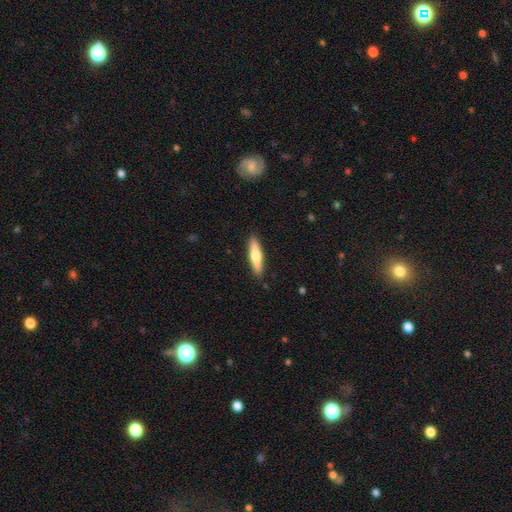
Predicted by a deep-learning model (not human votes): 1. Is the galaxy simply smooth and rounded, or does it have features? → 57% smooth, 38% featured or disk, 5% star or artifact.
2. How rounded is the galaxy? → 80% cigar-shaped, 19% in between, 2% round.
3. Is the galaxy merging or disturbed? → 89% none, 8% minor disturbance, 2% major disturbance, 1% merger.